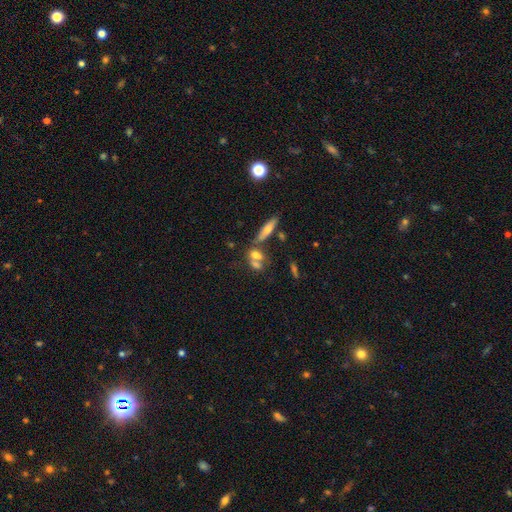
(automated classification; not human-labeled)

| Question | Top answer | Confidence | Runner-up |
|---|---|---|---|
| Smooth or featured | smooth | 60% | featured or disk (26%) |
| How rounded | in between | 57% | round (25%) |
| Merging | none | 41% | merger (40%) |